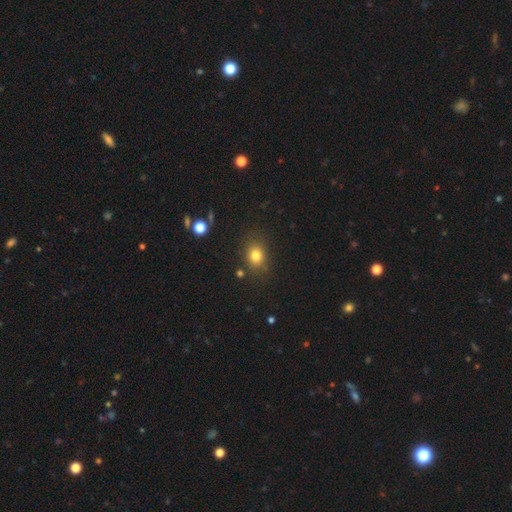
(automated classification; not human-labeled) Smooth or featured: smooth — 80% (star or artifact — 13%)
How rounded: round — 51% (in between — 48%)
Merging: none — 80% (minor disturbance — 13%)